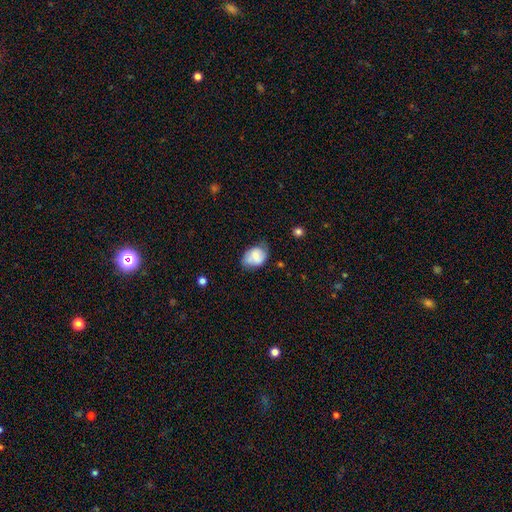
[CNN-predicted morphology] Smooth or featured? smooth (64%)
How rounded? in between (65%)
Merging? none (57%)